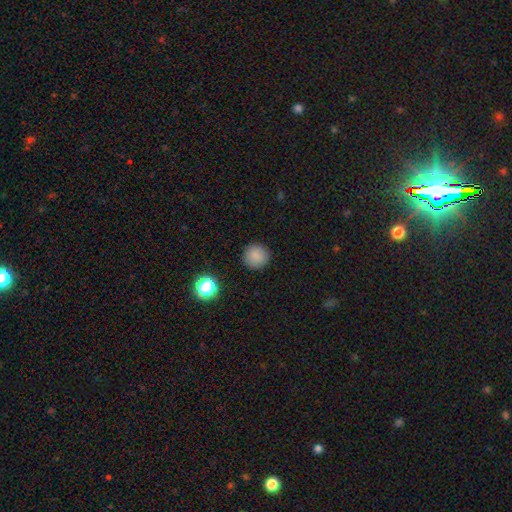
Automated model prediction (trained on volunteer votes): Smooth or featured?
  - smooth: 85% *
  - star or artifact: 11%
  - featured or disk: 4%
How rounded?
  - round: 95% *
  - in between: 4%
  - cigar-shaped: 1%
Merging?
  - none: 91% *
  - minor disturbance: 6%
  - major disturbance: 2%
  - merger: 1%